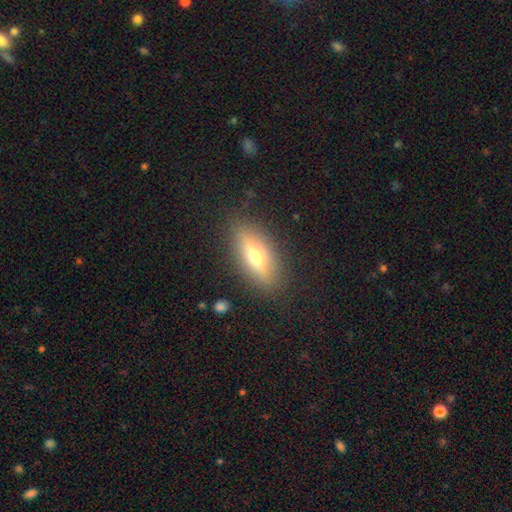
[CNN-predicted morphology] The model was most divided on "smooth or featured": smooth: 54%, featured or disk: 39%, star or artifact: 8%. More confident: merging — none (86%); how rounded — in between (64%).